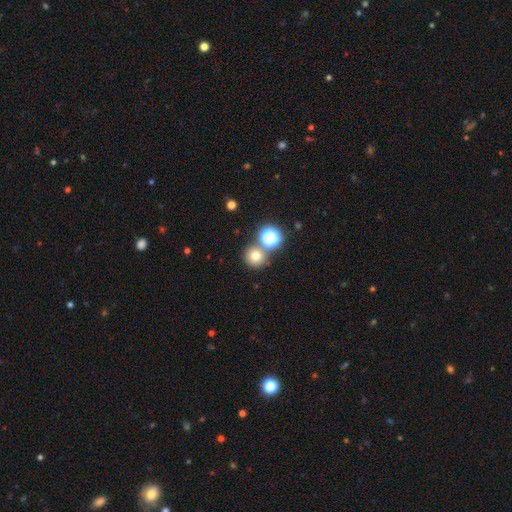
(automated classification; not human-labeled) The model was most divided on "merging": none: 71%, merger: 19%, minor disturbance: 7%, major disturbance: 3%. More confident: how rounded — round (92%); smooth or featured — smooth (72%).